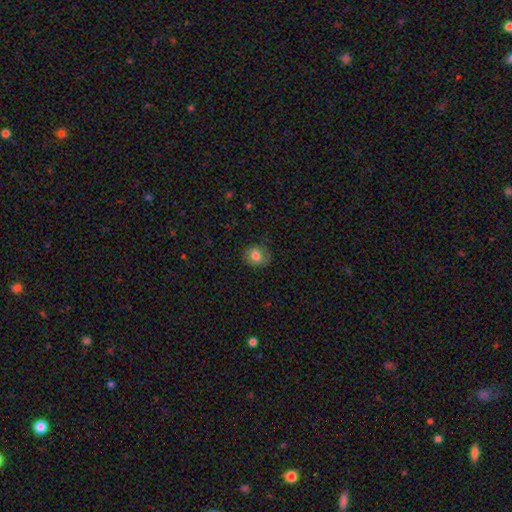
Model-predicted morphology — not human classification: Overall: smooth (76%). How rounded: round (72%). Merging: none (78%).